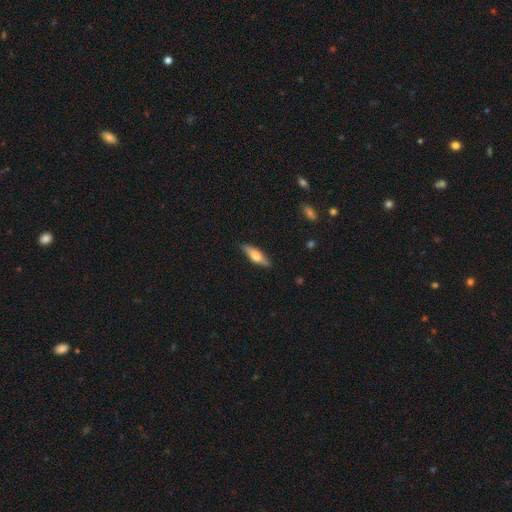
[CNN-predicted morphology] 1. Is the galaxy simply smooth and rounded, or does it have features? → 50% smooth, 45% featured or disk, 6% star or artifact.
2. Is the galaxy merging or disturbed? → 87% none, 10% minor disturbance, 2% major disturbance, 1% merger.